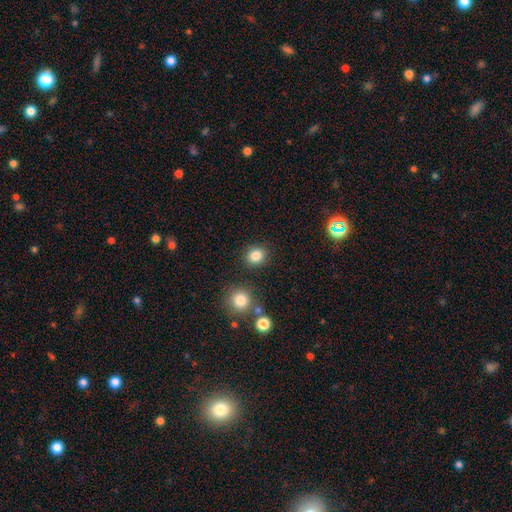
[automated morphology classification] Overall: smooth (84%). How rounded: round (82%). Merging: none (86%).